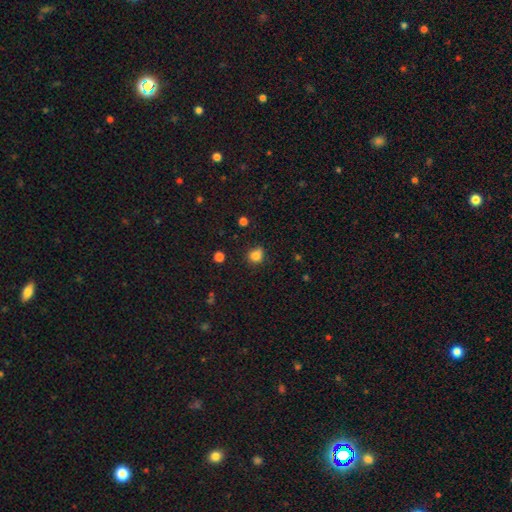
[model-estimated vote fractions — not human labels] Smooth or featured? Predicted: smooth (p=0.81). How rounded? Predicted: round (p=0.76). Merging? Predicted: none (p=0.63).